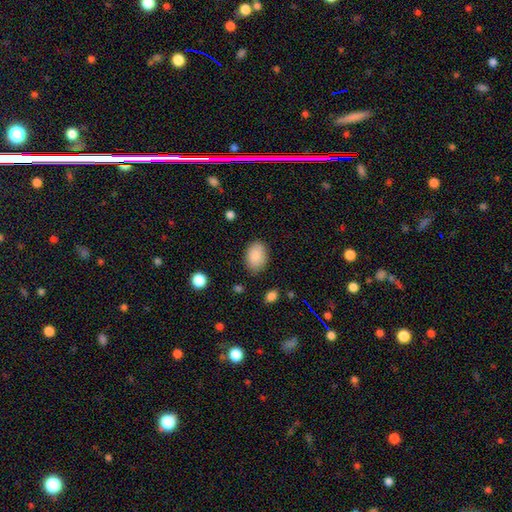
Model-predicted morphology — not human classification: Q: Smooth or featured?
A: smooth (87%); runner-up: star or artifact (7%)
Q: How rounded?
A: in between (84%); runner-up: round (15%)
Q: Merging?
A: none (84%); runner-up: minor disturbance (12%)